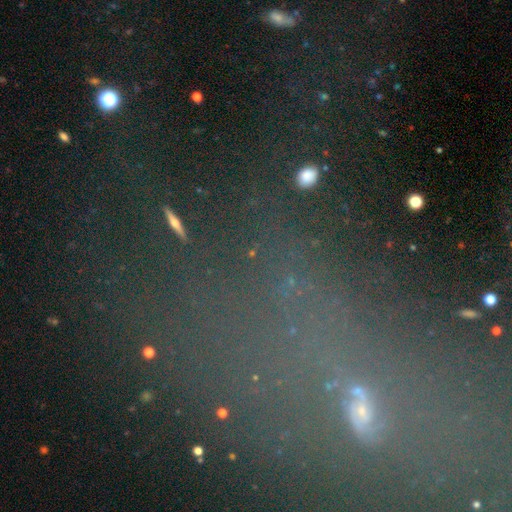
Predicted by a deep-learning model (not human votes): Smooth or featured?
  - star or artifact: 60% *
  - smooth: 20%
  - featured or disk: 20%